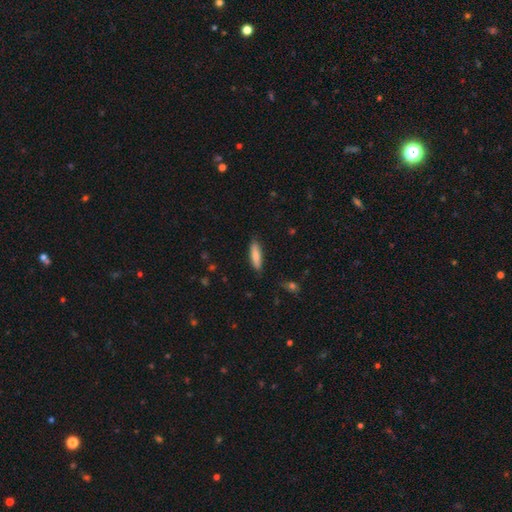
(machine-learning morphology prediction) Smooth or featured? smooth (79%)
How rounded? cigar-shaped (68%)
Merging? none (86%)